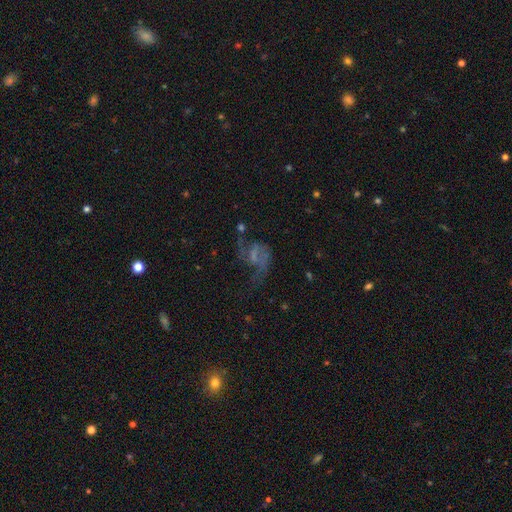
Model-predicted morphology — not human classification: A featured or disk galaxy (66%) with no bar (47%), spiral arms (76%) and no central bulge (52%). Merging: major disturbance (41%).